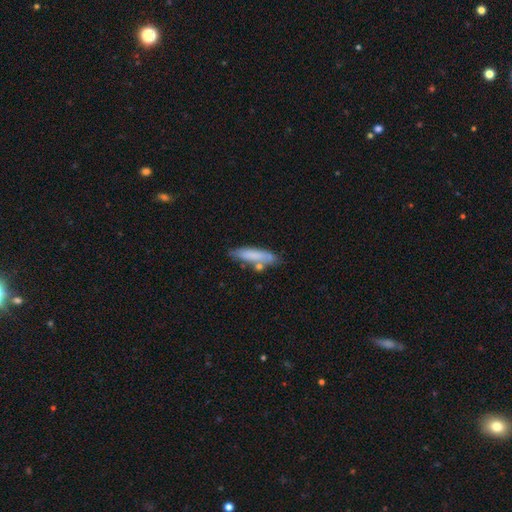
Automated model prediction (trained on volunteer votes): Smooth or featured: smooth — 76% (featured or disk — 17%)
How rounded: cigar-shaped — 70% (in between — 29%)
Merging: none — 64% (minor disturbance — 19%)